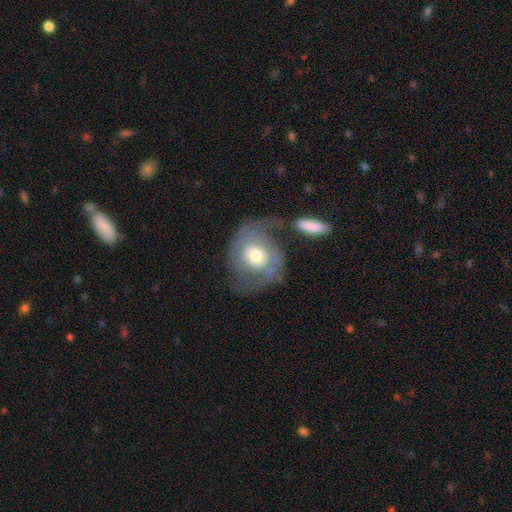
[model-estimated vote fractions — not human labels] featured or disk 68%, smooth 26%, star or artifact 6%. Down the decision tree: edge-on disk — no (96%); bar — no (77%); spiral arms — yes (76%); bulge size — moderate (64%); merging — none (49%).